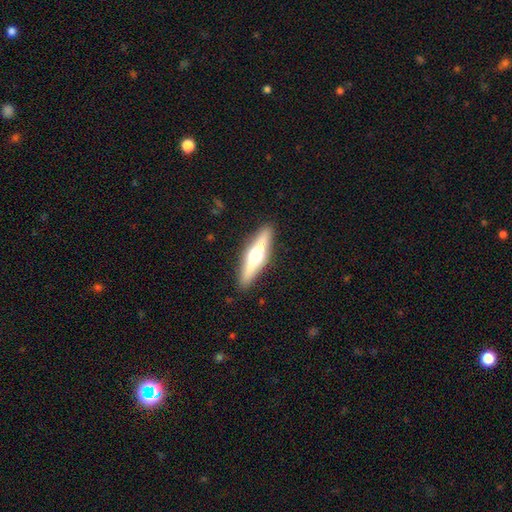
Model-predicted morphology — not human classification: type=featured or disk (63%); edge-on=yes (95%); edge-on bulge=rounded (95%); merging=none (89%).